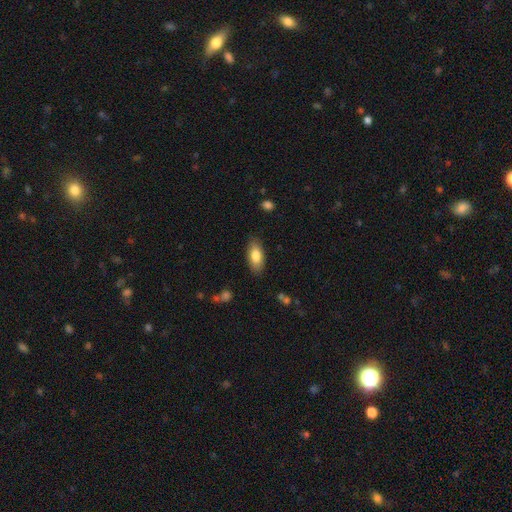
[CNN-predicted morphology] type=smooth (81%); roundness=in between (87%); merging=none (86%).